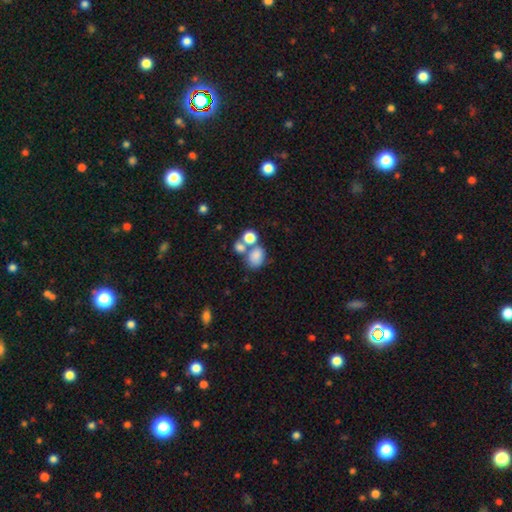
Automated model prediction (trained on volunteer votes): Smooth or featured: smooth — 77% (featured or disk — 12%)
How rounded: in between — 61% (round — 37%)
Merging: merger — 44% (none — 37%)